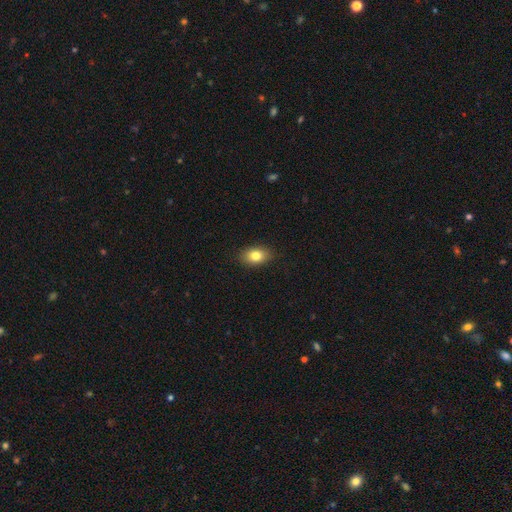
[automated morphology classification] This appears to be a smooth galaxy with no disk features (81%) that is in between round and cigar-shaped (83%). Merging: none (88%).